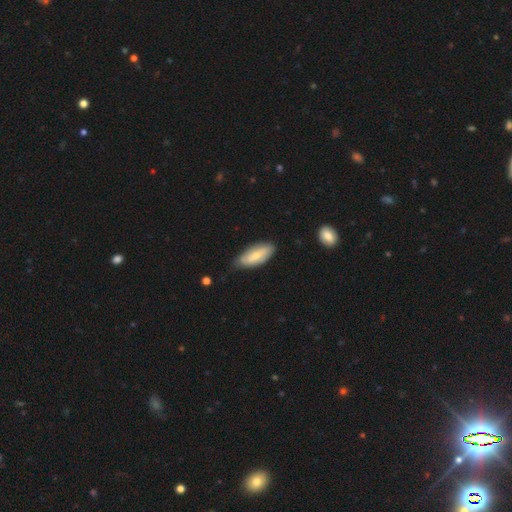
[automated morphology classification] This appears to be a smooth galaxy with no disk features (63%) that is in between round and cigar-shaped (82%). Merging: none (72%).